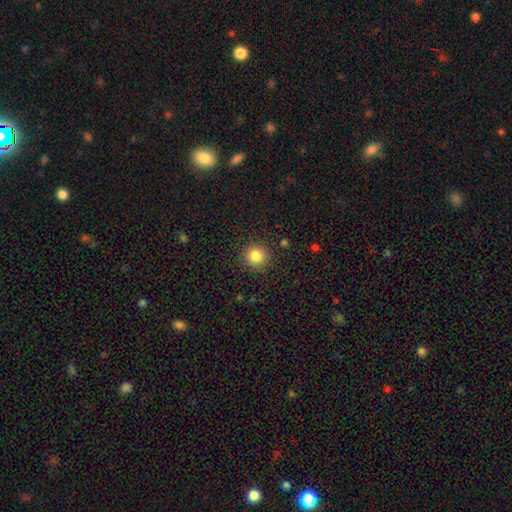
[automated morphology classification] The model was most divided on "smooth or featured": smooth: 85%, star or artifact: 11%, featured or disk: 5%. More confident: how rounded — round (94%); merging — none (90%).